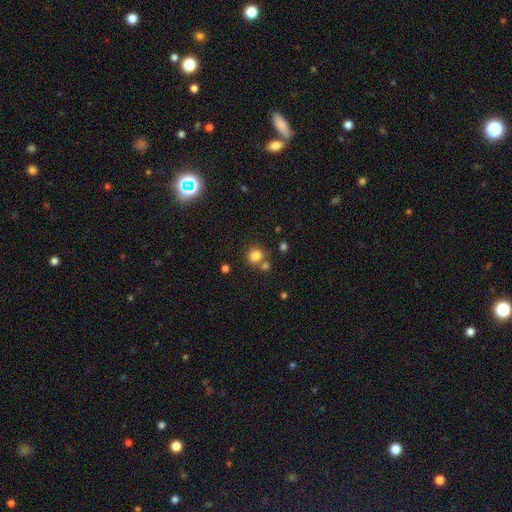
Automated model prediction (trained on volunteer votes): Smooth or featured? Predicted: smooth (p=0.81). How rounded? Predicted: round (p=0.87). Merging? Predicted: none (p=0.67).